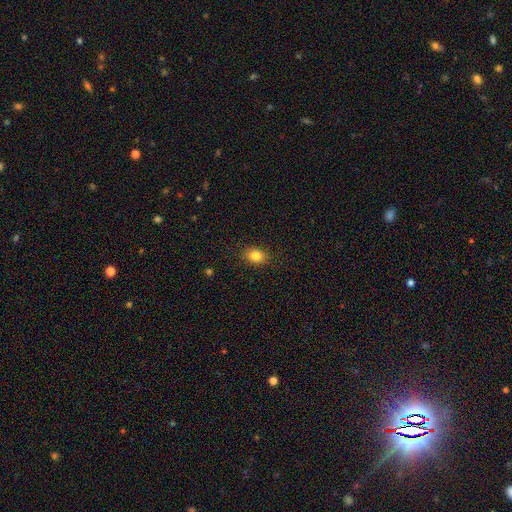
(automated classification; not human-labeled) Smooth or featured: smooth — 83% (star or artifact — 10%)
How rounded: in between — 61% (round — 37%)
Merging: none — 86% (minor disturbance — 10%)